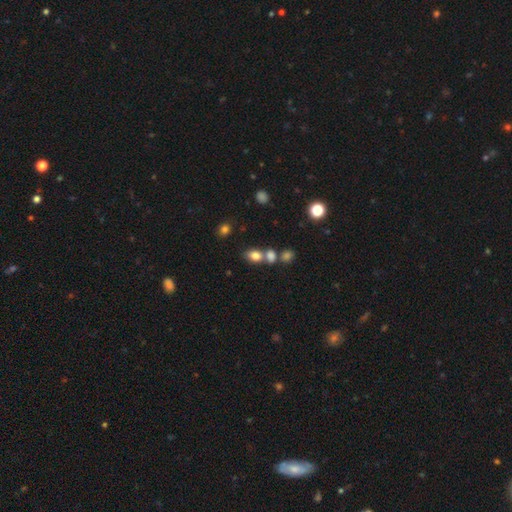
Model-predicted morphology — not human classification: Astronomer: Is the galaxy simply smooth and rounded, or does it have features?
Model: smooth — 78%.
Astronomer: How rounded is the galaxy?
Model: in between — 73%.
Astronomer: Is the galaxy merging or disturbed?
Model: none — 47% (runner-up: merger, 38%).